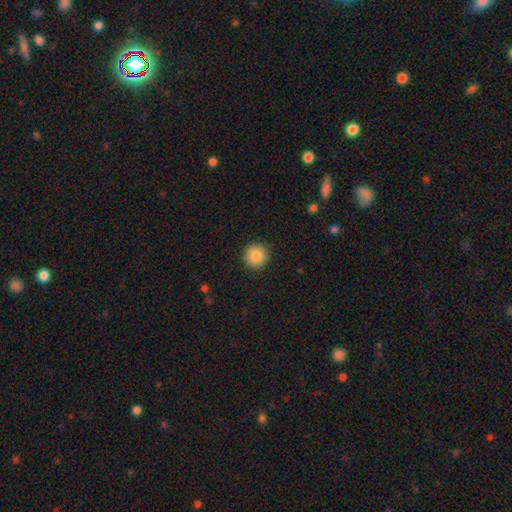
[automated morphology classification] smooth-or-featured: smooth: 86% | star or artifact: 9% | featured or disk: 5%
  how-rounded: round: 95% | in between: 4% | cigar-shaped: 1%
  merging: none: 92% | minor disturbance: 5% | major disturbance: 2% | merger: 1%